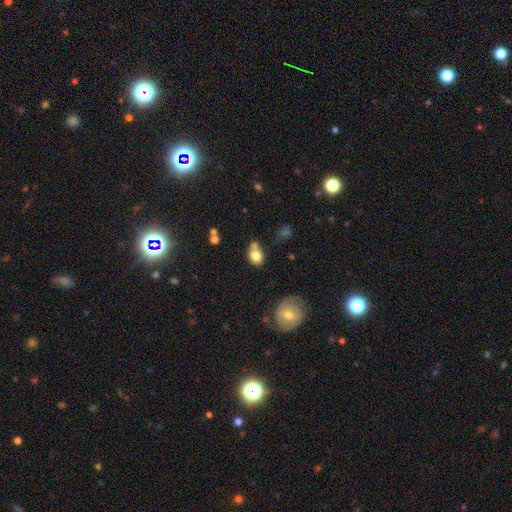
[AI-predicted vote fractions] Smooth or featured? Predicted: smooth (p=0.78). How rounded? Predicted: in between (p=0.58). Merging? Predicted: none (p=0.45).